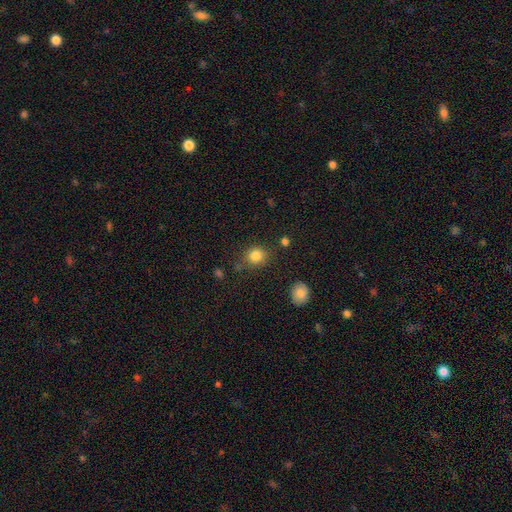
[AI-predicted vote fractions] smooth-or-featured: smooth: 84% | star or artifact: 11% | featured or disk: 5%
  how-rounded: round: 81% | in between: 18% | cigar-shaped: 1%
  merging: none: 81% | minor disturbance: 11% | merger: 4% | major disturbance: 4%